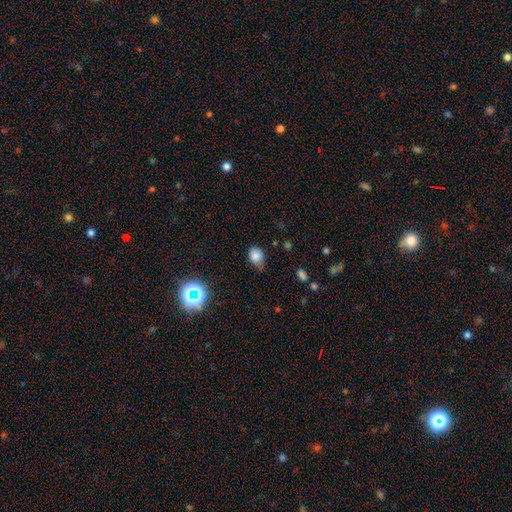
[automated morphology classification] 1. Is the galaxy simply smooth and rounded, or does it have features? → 81% smooth, 13% star or artifact, 6% featured or disk.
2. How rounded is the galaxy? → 49% round (tied), 49% in between (tied), 1% cigar-shaped.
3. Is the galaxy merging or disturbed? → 59% none, 32% minor disturbance, 6% major disturbance, 2% merger.